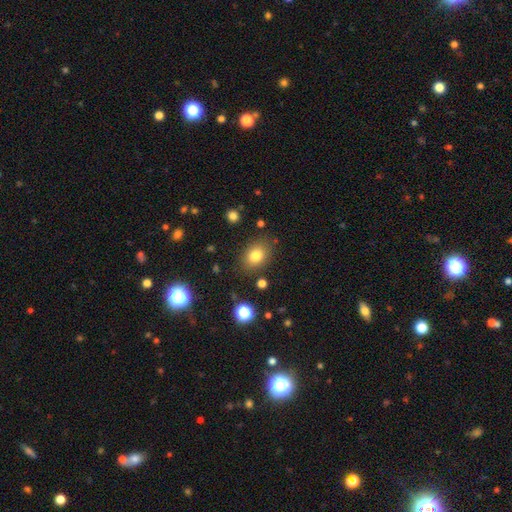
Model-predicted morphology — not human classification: A smooth galaxy with no disk features (80%) that is in between round and cigar-shaped (66%).

Vote fractions:
- Smooth or featured? smooth: 80% / star or artifact: 11% / featured or disk: 8%
- How rounded? in between: 66% / round: 33% / cigar-shaped: 1%
- Merging? none: 81% / minor disturbance: 12% / major disturbance: 4% / merger: 3%